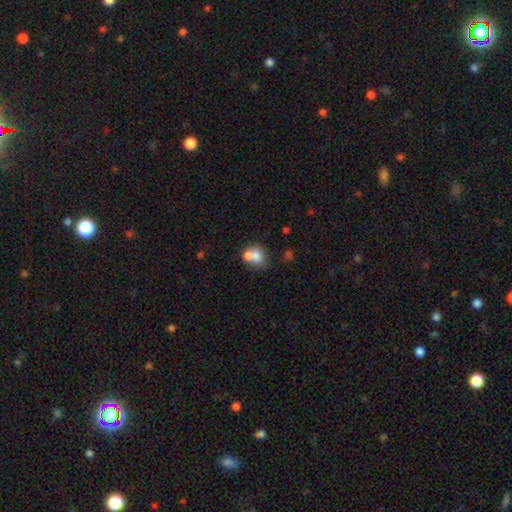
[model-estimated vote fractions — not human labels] Overall: smooth (72%). How rounded: round (54%; in between 45%). Merging: merger (59%; none 28%).